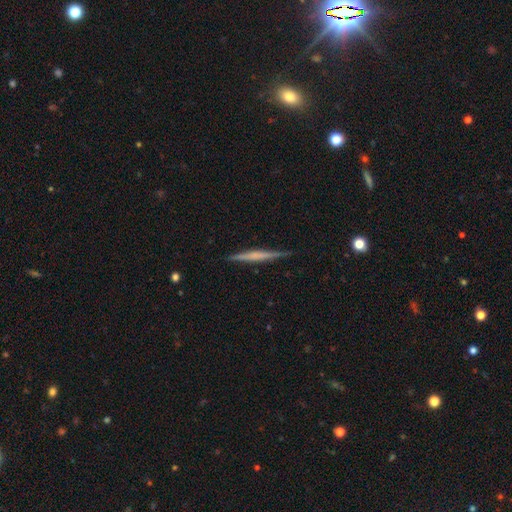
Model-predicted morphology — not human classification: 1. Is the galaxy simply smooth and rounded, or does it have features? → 59% featured or disk, 35% smooth, 6% star or artifact.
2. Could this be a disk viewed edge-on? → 98% yes, 2% no.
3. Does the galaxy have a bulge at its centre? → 58% none, 24% rounded, 18% boxy.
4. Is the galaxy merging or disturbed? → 89% none, 8% minor disturbance, 2% major disturbance, 1% merger.